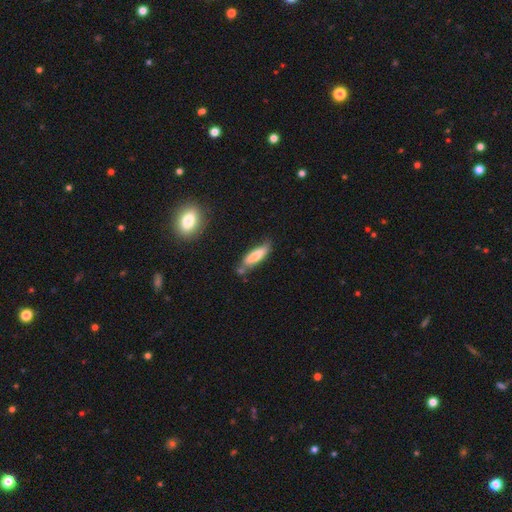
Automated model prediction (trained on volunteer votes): smooth 76%, featured or disk 17%, star or artifact 7%. Down the decision tree: how rounded — cigar-shaped (62%); merging — none (64%).